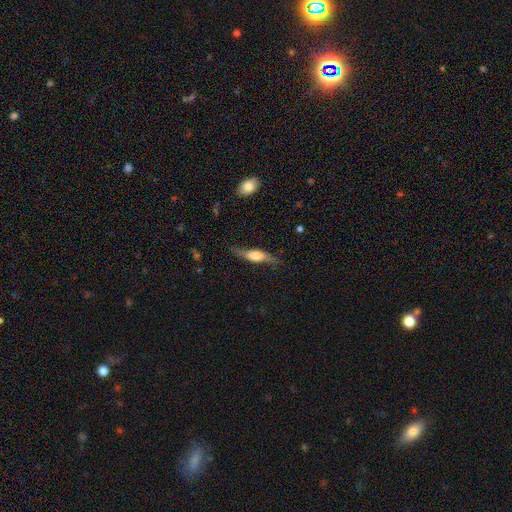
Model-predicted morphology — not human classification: smooth_or_featured: featured or disk (p=0.52) [alt: smooth p=0.42]
disk_edge_on: yes (p=0.72) [alt: no p=0.28]
merging: none (p=0.68) [alt: minor disturbance p=0.23]